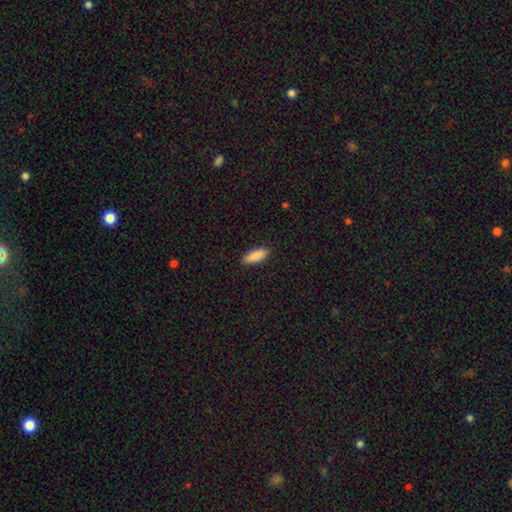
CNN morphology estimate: This is clearly a smooth galaxy (89%). How rounded: likely in between (64%). Merging: clearly none (90%).